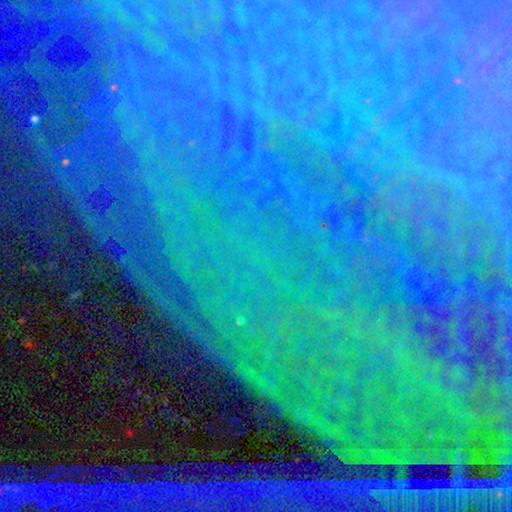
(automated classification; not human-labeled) This is clearly a star or artifact rather than a galaxy (84%).